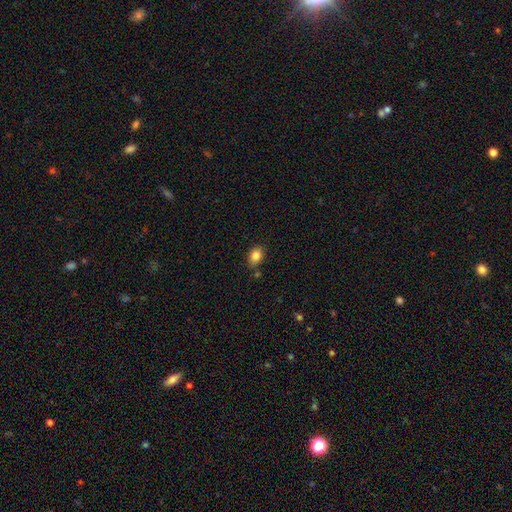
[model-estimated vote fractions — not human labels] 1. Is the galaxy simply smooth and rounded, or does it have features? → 85% smooth, 9% star or artifact, 6% featured or disk.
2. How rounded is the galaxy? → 78% in between, 20% round, 1% cigar-shaped.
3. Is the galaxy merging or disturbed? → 79% none, 14% minor disturbance, 5% merger, 3% major disturbance.